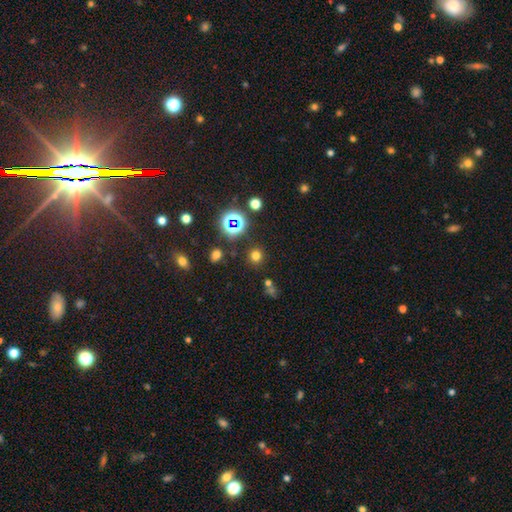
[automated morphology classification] smooth 67%, star or artifact 26%, featured or disk 6%. Down the decision tree: how rounded — round (90%); merging — none (85%).